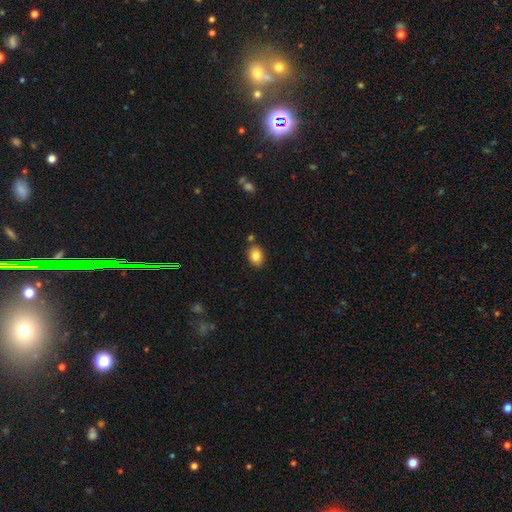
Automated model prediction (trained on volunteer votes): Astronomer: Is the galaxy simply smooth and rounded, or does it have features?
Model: smooth — 85%.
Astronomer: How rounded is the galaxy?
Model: in between — 60% (runner-up: round, 39%).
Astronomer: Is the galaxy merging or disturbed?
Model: none — 82%.